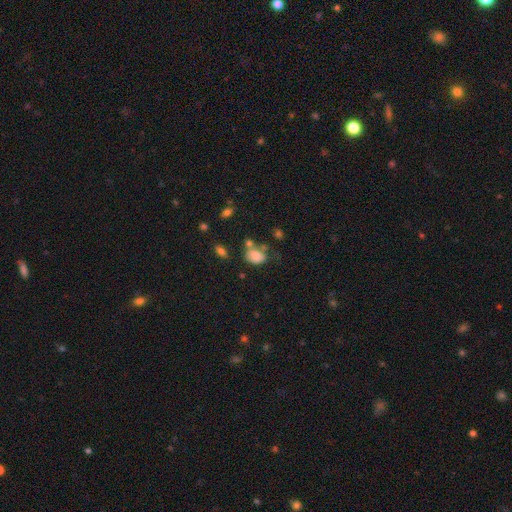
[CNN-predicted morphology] smooth-or-featured: smooth: 76% | featured or disk: 14% | star or artifact: 10%
  how-rounded: in between: 76% | round: 23% | cigar-shaped: 1%
  merging: none: 38% | minor disturbance: 25% | merger: 21% | major disturbance: 16%